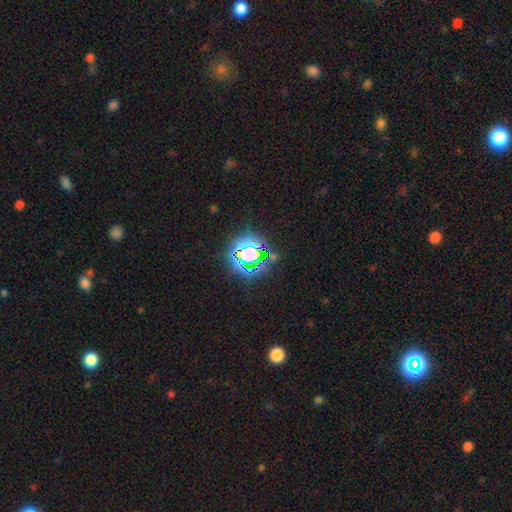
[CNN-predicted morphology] Q: Smooth or featured?
A: star or artifact (77%); runner-up: smooth (15%)